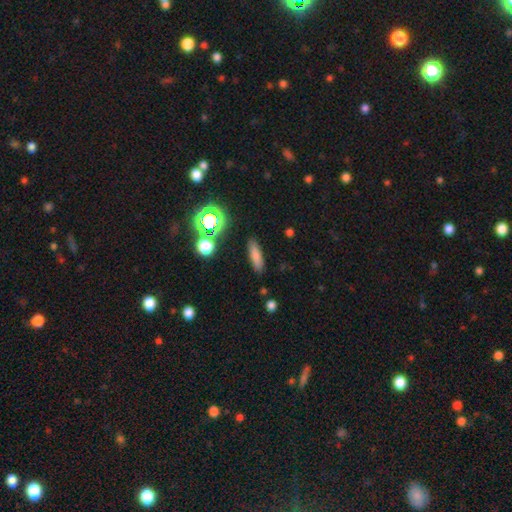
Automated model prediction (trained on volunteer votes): The model was most divided on "how rounded": cigar-shaped: 66%, in between: 29%, round: 5%. More confident: merging — none (87%); smooth or featured — smooth (75%).